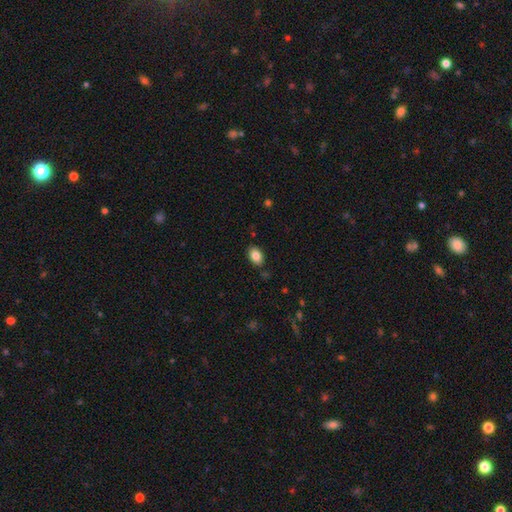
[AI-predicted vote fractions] Overall: smooth (85%). How rounded: in between (86%). Merging: none (84%).